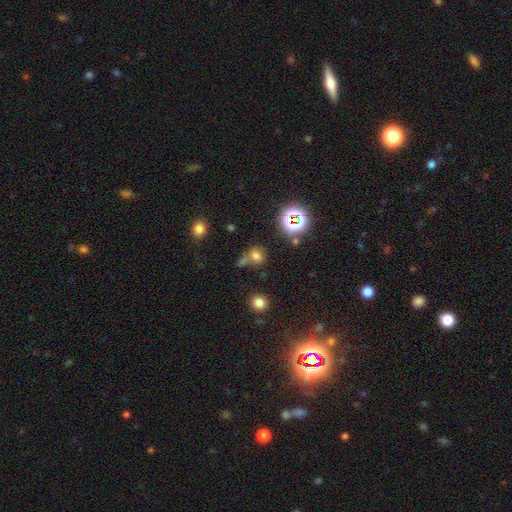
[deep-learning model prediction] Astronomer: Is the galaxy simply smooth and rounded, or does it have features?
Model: smooth — 62%.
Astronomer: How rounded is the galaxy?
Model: round — 72%.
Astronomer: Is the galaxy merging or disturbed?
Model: none — 55%.